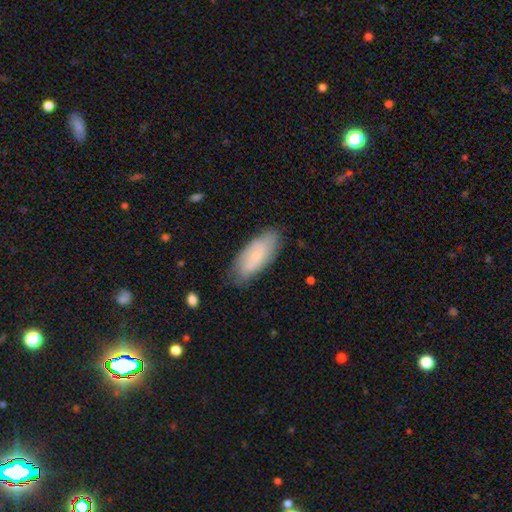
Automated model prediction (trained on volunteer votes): Smooth or featured: smooth — 58% (featured or disk — 35%)
How rounded: in between — 81% (cigar-shaped — 17%)
Merging: none — 75% (minor disturbance — 20%)